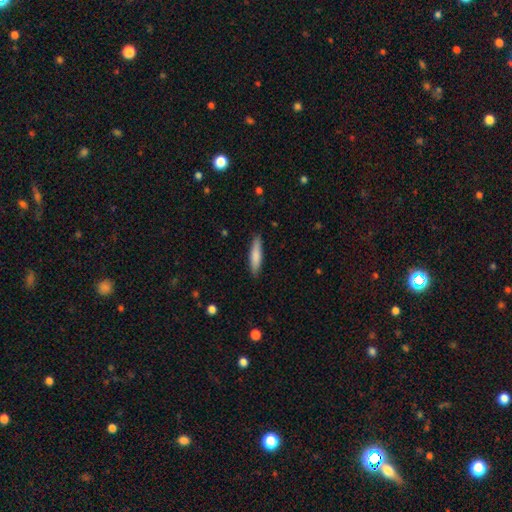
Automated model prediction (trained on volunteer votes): Overall: smooth (81%). How rounded: cigar-shaped (79%). Merging: none (87%).